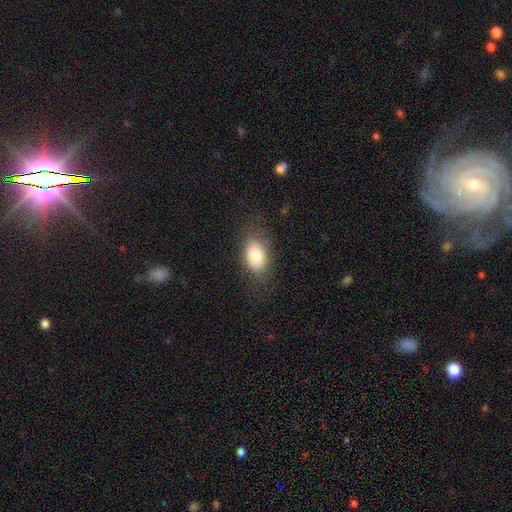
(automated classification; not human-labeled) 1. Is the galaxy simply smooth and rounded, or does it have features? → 79% smooth, 13% featured or disk, 8% star or artifact.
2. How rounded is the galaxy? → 87% in between, 11% round, 1% cigar-shaped.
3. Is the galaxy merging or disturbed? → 76% none, 16% minor disturbance, 7% major disturbance, 1% merger.